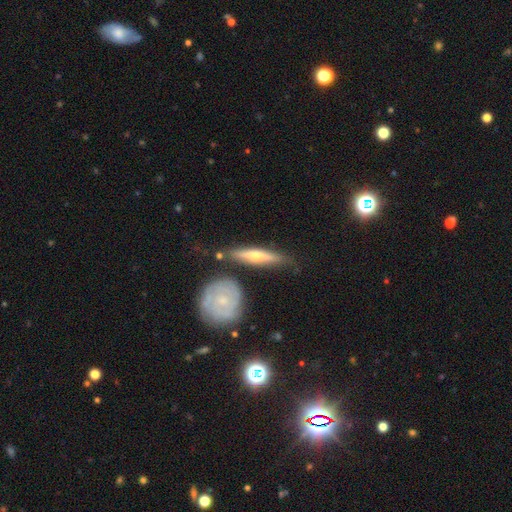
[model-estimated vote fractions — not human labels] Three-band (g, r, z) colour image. It shows a featured or disk galaxy (61%) viewed edge-on (87%) with a rounded central bulge (84%). Merging: none (75%).